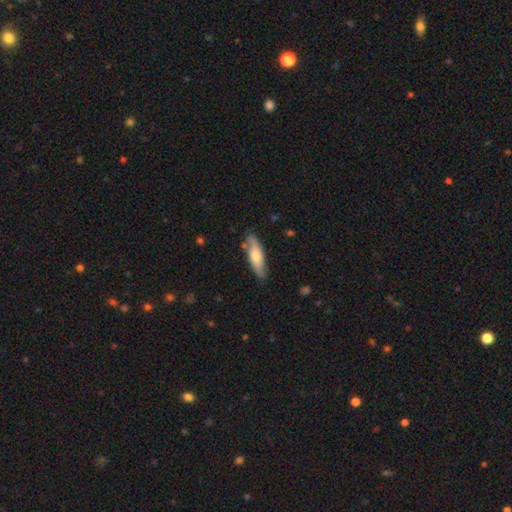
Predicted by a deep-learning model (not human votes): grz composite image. It shows a smooth galaxy with no disk features (61%) that is cigar-shaped (51%). Merging: none (80%).